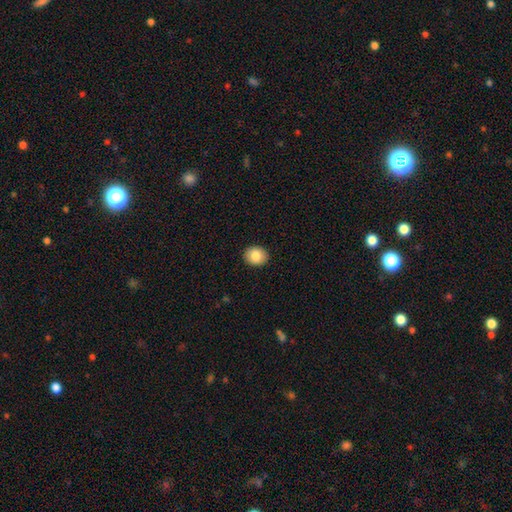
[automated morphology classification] smooth_or_featured: smooth (p=0.85) [alt: star or artifact p=0.08]
how_rounded: round (p=0.64) [alt: in between p=0.35]
merging: none (p=0.91) [alt: minor disturbance p=0.06]